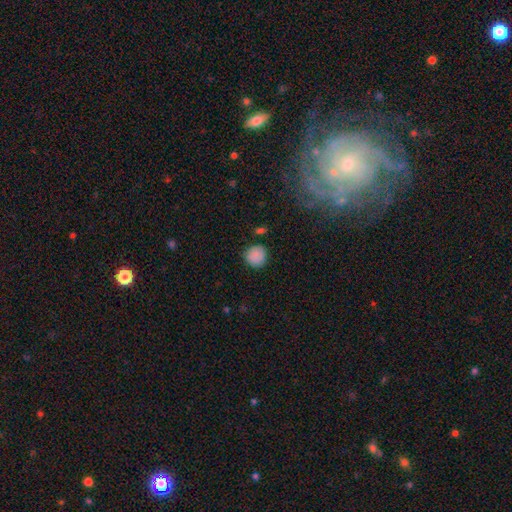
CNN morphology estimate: smooth-or-featured: smooth: 87% | star or artifact: 9% | featured or disk: 4%
  how-rounded: round: 91% | in between: 8% | cigar-shaped: 1%
  merging: none: 83% | minor disturbance: 11% | major disturbance: 3% | merger: 3%